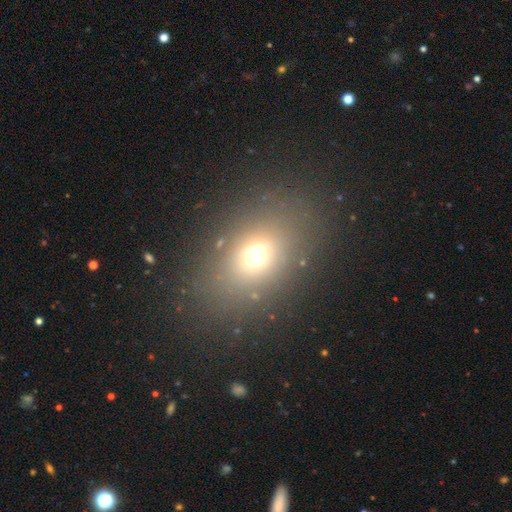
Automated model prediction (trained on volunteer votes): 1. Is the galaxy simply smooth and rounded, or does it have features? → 65% smooth, 20% star or artifact, 15% featured or disk.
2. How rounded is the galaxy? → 65% in between, 32% round, 2% cigar-shaped.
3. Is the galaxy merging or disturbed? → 81% none, 10% minor disturbance, 6% major disturbance, 2% merger.